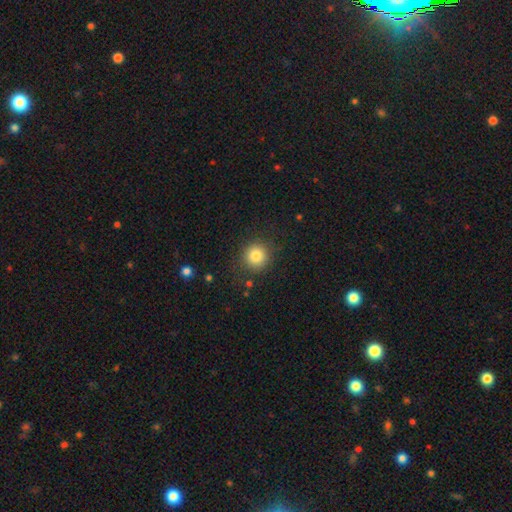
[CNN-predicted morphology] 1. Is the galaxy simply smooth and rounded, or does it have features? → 82% smooth, 11% star or artifact, 7% featured or disk.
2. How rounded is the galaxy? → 92% round, 7% in between, 1% cigar-shaped.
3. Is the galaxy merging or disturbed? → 86% none, 9% minor disturbance, 3% major disturbance, 2% merger.